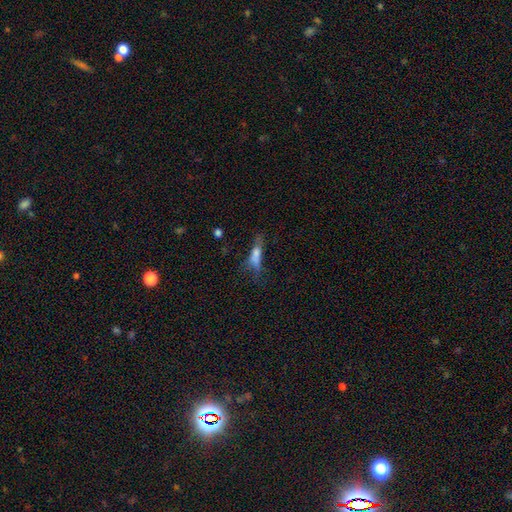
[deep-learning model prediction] A smooth galaxy with no disk features (64%) that is cigar-shaped (59%). Merging: none (38%).